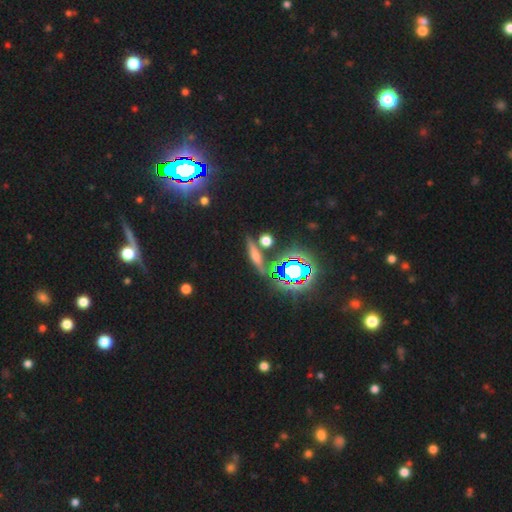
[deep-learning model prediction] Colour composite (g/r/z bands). It shows a smooth galaxy with no disk features (37%). Merging: none (75%).